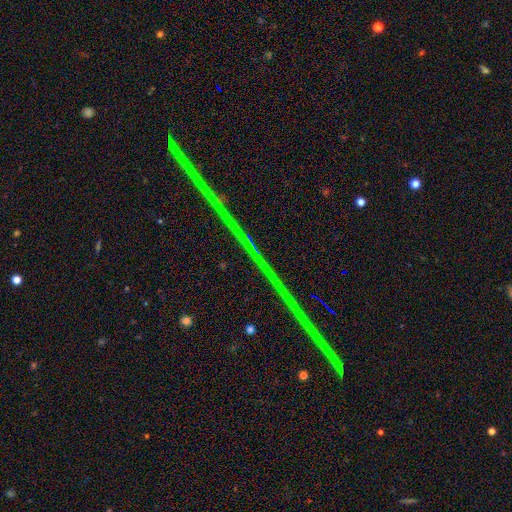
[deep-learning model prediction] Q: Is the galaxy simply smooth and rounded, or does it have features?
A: star or artifact — 80%.